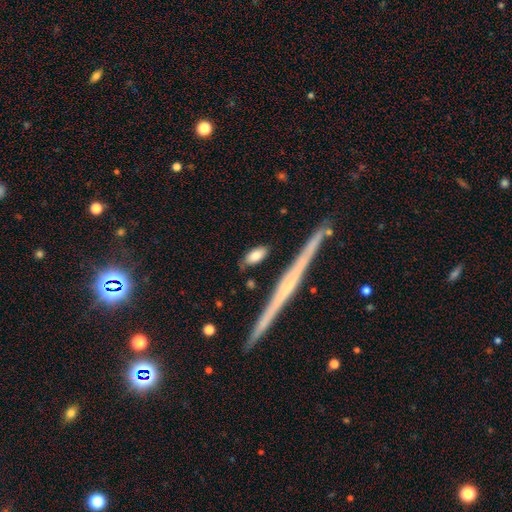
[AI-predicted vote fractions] A smooth galaxy with no disk features (80%) that is in between round and cigar-shaped (83%).

Vote fractions:
- Smooth or featured? smooth: 80% / featured or disk: 13% / star or artifact: 6%
- How rounded? in between: 83% / cigar-shaped: 13% / round: 4%
- Merging? none: 80% / minor disturbance: 13% / merger: 3% / major disturbance: 3%